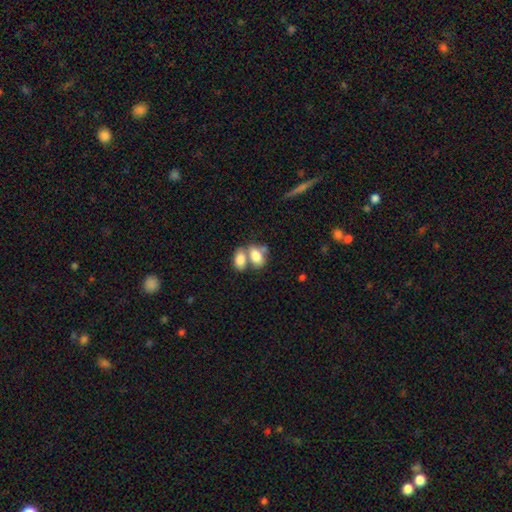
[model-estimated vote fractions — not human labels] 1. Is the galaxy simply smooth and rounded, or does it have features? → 80% smooth, 12% featured or disk, 7% star or artifact.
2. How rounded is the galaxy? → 88% in between, 10% round, 2% cigar-shaped.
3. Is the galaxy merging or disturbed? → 62% merger, 26% none, 8% minor disturbance, 4% major disturbance.